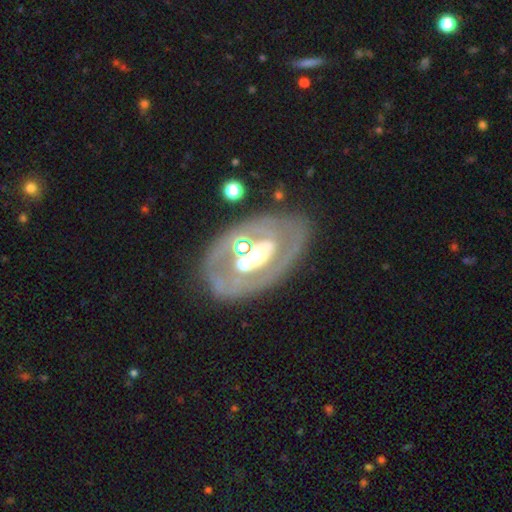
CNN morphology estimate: This is likely a featured or disk galaxy (69%). It is clearly not viewed edge-on (91%). Bar: likely no (64%). Spiral arm pattern: likely no (80%). Central bulge: likely moderate (62%). Merging: likely none (63%).